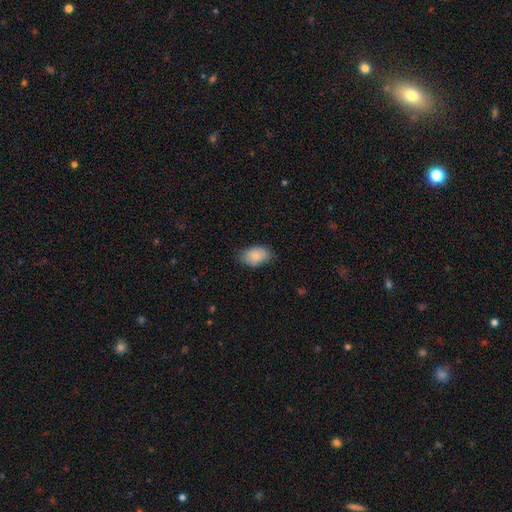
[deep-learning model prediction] Overall: smooth (88%). How rounded: in between (90%). Merging: none (77%).